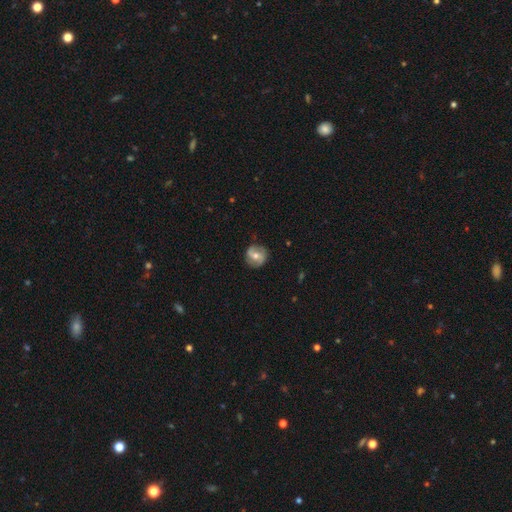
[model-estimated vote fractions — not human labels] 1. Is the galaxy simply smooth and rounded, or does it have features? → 52% featured or disk, 40% smooth, 7% star or artifact.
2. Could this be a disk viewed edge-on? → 97% no, 3% yes.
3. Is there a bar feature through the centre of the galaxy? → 45% no, 39% weak, 16% strong.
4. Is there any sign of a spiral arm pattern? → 75% yes, 25% no.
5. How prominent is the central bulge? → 69% moderate, 25% small, 3% large, 1% none, 1% dominant.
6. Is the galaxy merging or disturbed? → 78% none, 16% minor disturbance, 4% major disturbance, 1% merger.